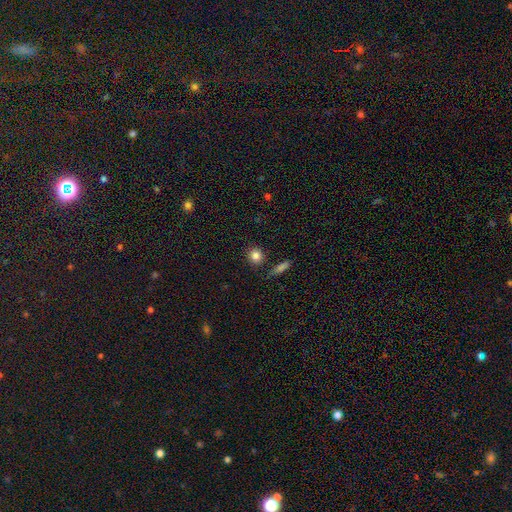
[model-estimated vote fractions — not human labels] The model was most divided on "how rounded": round: 83%, in between: 15%, cigar-shaped: 2%. More confident: merging — none (85%); smooth or featured — smooth (83%).